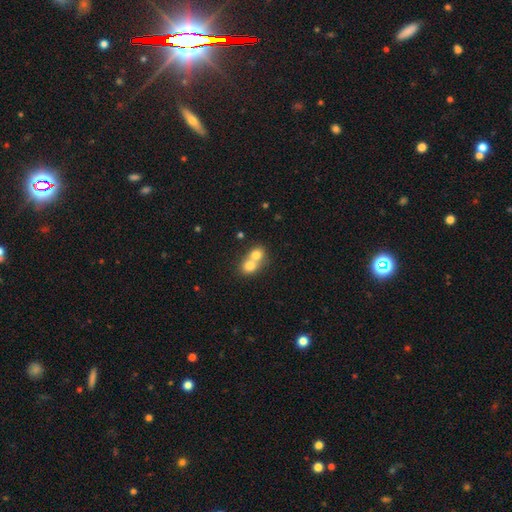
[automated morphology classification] A smooth galaxy with no disk features (73%) that is round (67%). Merging: merger (73%).